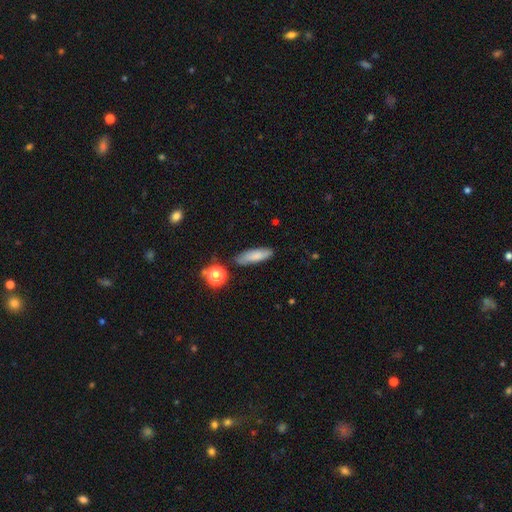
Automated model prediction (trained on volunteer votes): Smooth or featured? Predicted: smooth (p=0.79). How rounded? Predicted: cigar-shaped (p=0.52). Merging? Predicted: none (p=0.80).